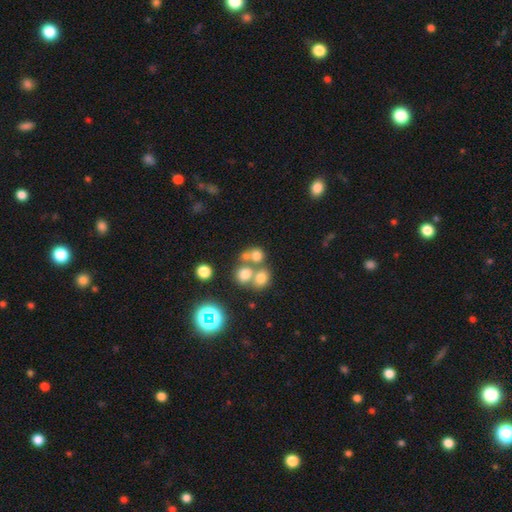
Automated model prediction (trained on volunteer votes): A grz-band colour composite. It shows a smooth galaxy with no disk features (67%) that is round (76%). Merging: none (46%).